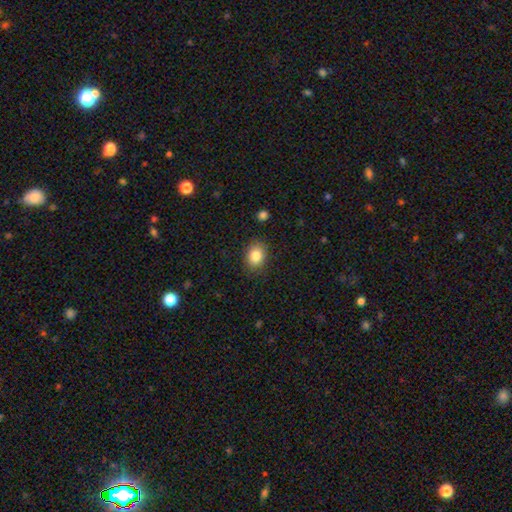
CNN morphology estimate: smooth-or-featured: smooth: 84% | star or artifact: 9% | featured or disk: 8%
  how-rounded: in between: 59% | round: 40% | cigar-shaped: 1%
  merging: none: 85% | minor disturbance: 11% | major disturbance: 3% | merger: 1%